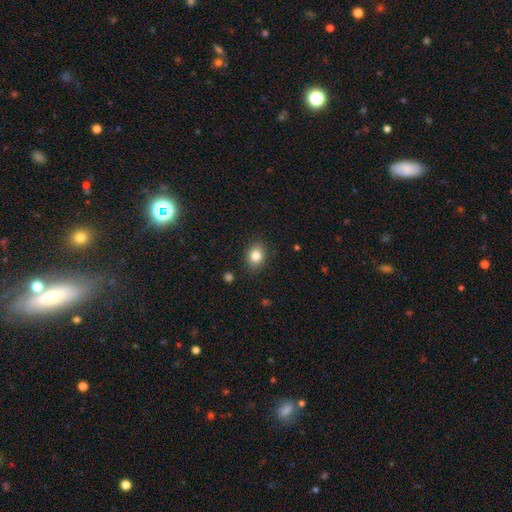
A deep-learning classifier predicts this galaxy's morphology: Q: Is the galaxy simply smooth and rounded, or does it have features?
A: smooth — 82%.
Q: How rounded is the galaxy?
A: round — 51%.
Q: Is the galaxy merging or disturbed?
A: none — 87%.